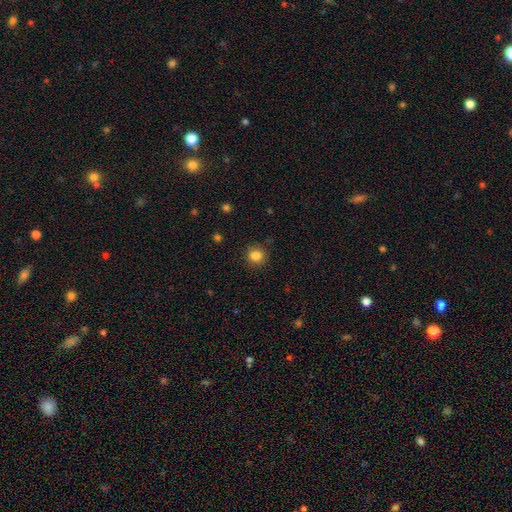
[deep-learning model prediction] A smooth galaxy with no disk features (84%) that is round (90%). Merging: none (89%).